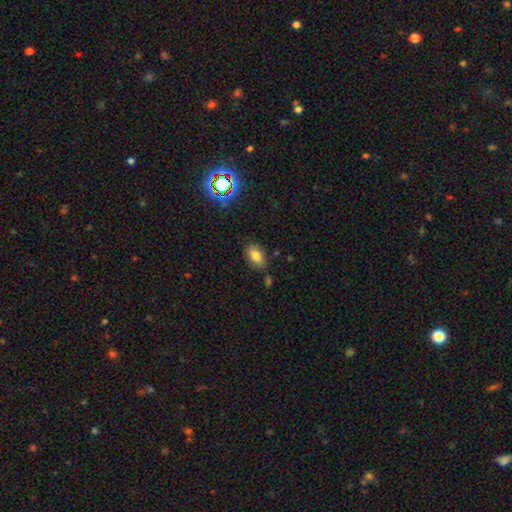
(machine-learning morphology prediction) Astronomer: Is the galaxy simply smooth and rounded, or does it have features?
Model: smooth — 81%.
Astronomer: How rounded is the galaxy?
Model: in between — 89%.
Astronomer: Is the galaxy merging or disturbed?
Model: none — 78%.